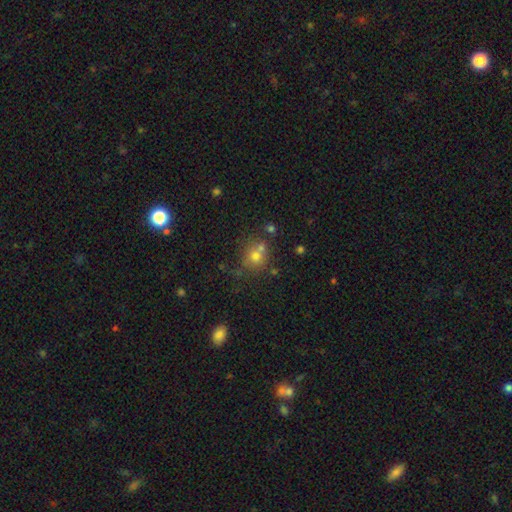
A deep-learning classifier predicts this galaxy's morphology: Smooth or featured? smooth (69%)
How rounded? round (83%)
Merging? none (56%)